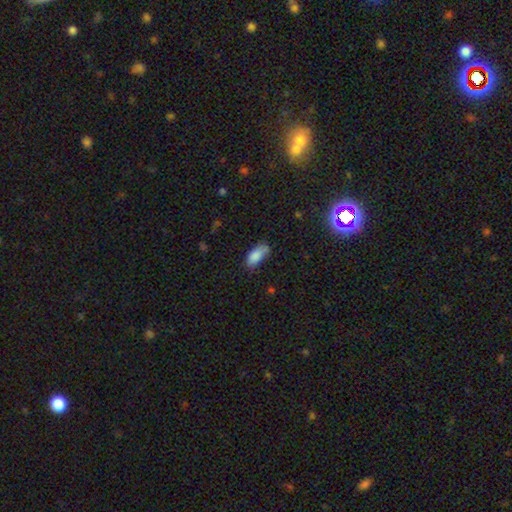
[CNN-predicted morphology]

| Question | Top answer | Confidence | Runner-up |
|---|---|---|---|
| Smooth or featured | smooth | 85% | star or artifact (8%) |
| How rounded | in between | 86% | cigar-shaped (12%) |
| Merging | none | 57% | minor disturbance (32%) |